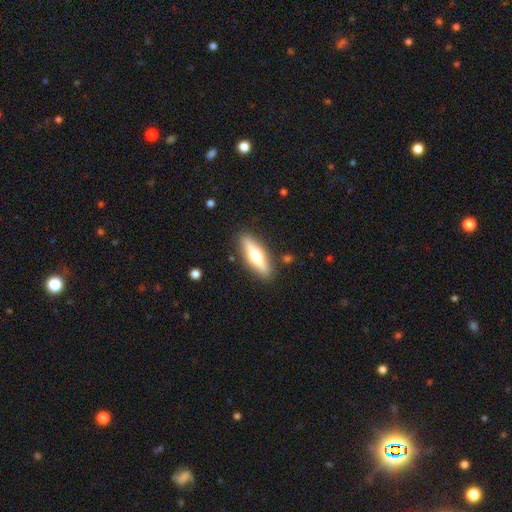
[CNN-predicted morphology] featured or disk 49%, smooth 45%, star or artifact 6%. Down the decision tree: merging — none (88%).